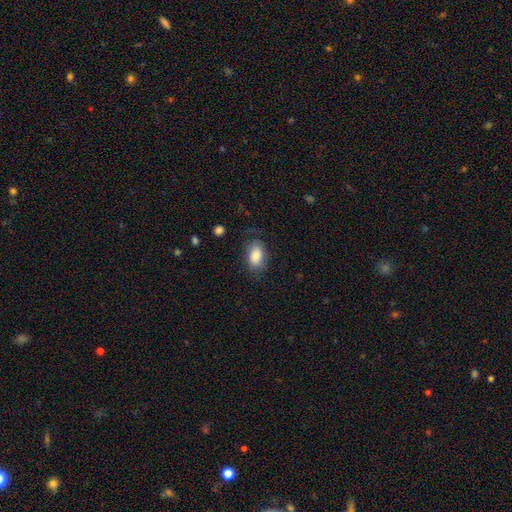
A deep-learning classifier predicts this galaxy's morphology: Smooth or featured? Predicted: smooth (p=0.83). How rounded? Predicted: in between (p=0.91). Merging? Predicted: none (p=0.68).